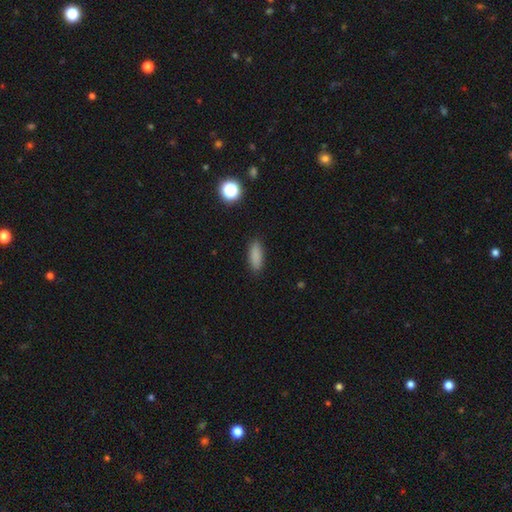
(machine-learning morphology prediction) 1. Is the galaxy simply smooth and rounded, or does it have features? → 86% smooth, 9% star or artifact, 5% featured or disk.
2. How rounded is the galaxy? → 64% in between, 33% cigar-shaped, 3% round.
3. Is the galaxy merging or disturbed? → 88% none, 9% minor disturbance, 2% major disturbance, 1% merger.